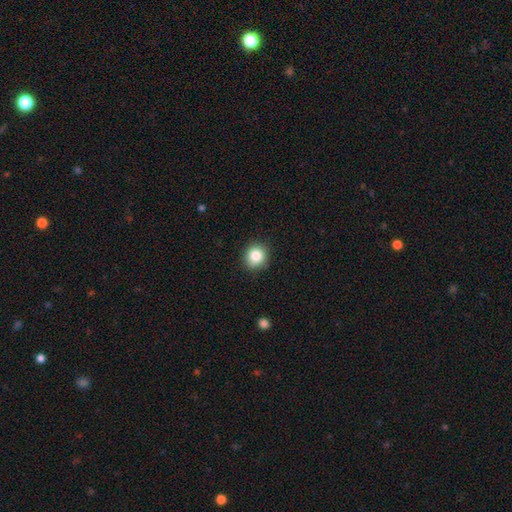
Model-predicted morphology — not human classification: smooth_or_featured: smooth (p=0.84) [alt: star or artifact p=0.10]
how_rounded: round (p=0.83) [alt: in between p=0.16]
merging: none (p=0.88) [alt: minor disturbance p=0.09]